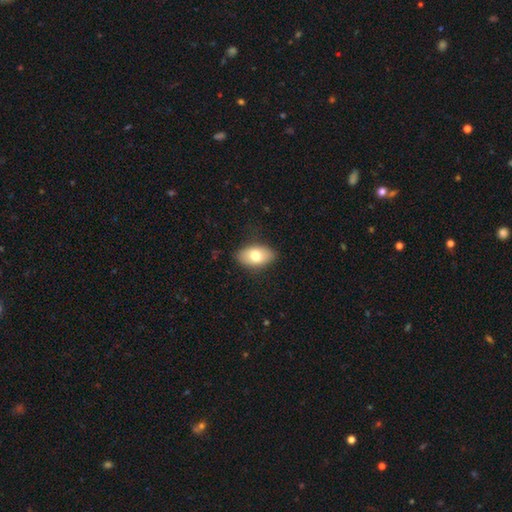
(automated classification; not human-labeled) smooth 74%, featured or disk 19%, star or artifact 7%. Down the decision tree: how rounded — in between (91%); merging — none (83%).